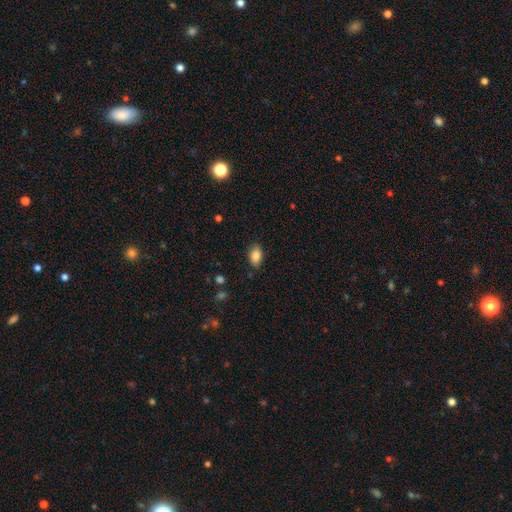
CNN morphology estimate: This is clearly a smooth galaxy (86%). How rounded: clearly in between (89%). Merging: clearly none (85%).